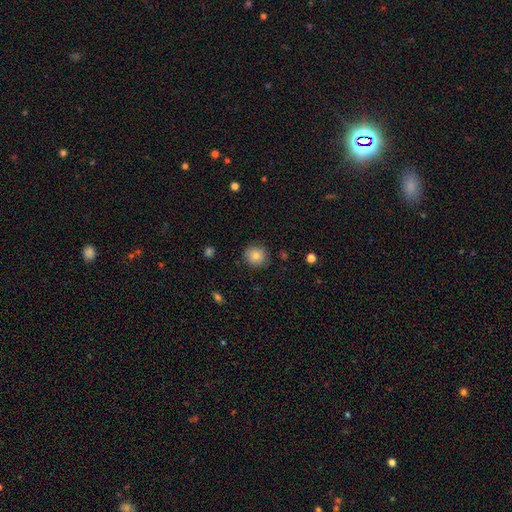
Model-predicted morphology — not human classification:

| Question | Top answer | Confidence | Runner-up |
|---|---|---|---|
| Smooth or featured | smooth | 83% | star or artifact (10%) |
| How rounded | round | 91% | in between (8%) |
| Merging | none | 87% | minor disturbance (9%) |